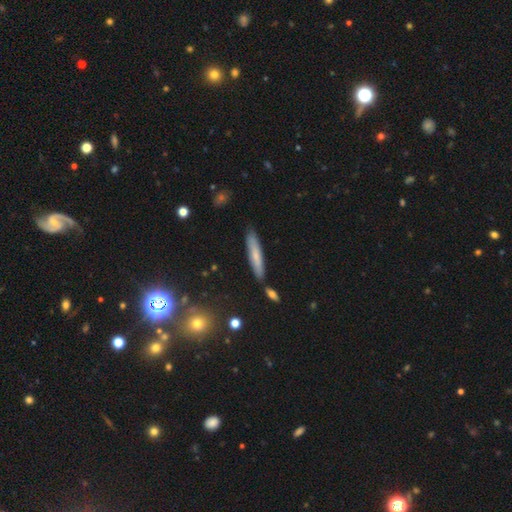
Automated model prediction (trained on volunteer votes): Smooth or featured?
  - smooth: 65% *
  - featured or disk: 28%
  - star or artifact: 7%
How rounded?
  - cigar-shaped: 89% *
  - in between: 9%
  - round: 2%
Merging?
  - none: 82% *
  - minor disturbance: 11%
  - merger: 4%
  - major disturbance: 2%